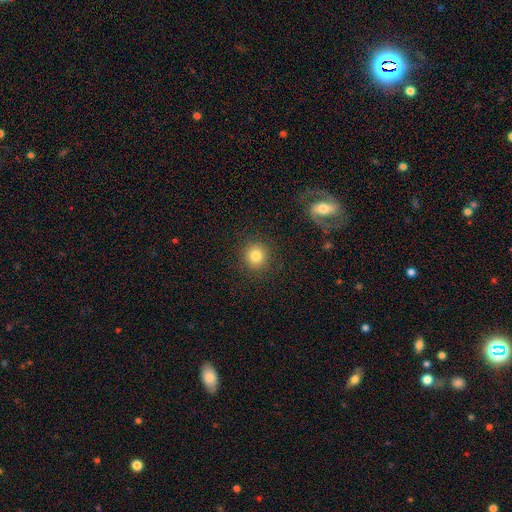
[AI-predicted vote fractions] smooth_or_featured: smooth (p=0.82) [alt: star or artifact p=0.11]
how_rounded: round (p=0.92) [alt: in between p=0.07]
merging: none (p=0.90) [alt: minor disturbance p=0.06]